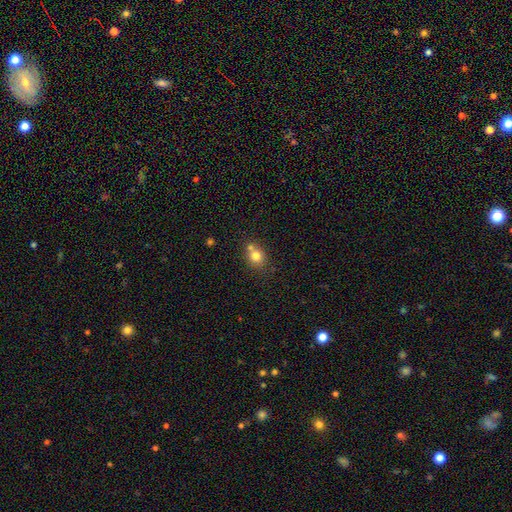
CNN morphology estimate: A smooth galaxy with no disk features (77%) that is round (75%). Merging: none (52%).